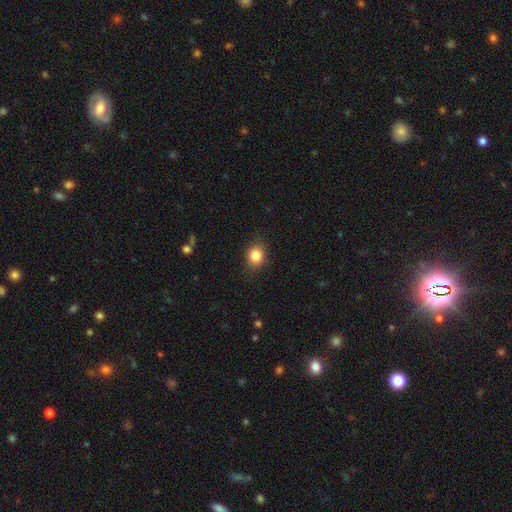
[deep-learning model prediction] A smooth galaxy with no disk features (84%) that is round (62%). Merging: none (84%).